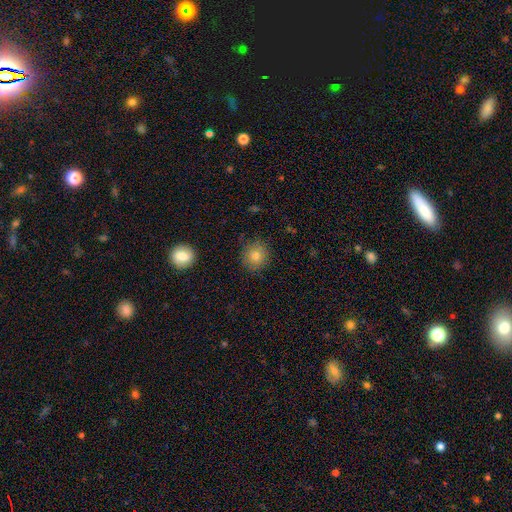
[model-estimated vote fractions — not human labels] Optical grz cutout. It shows a smooth galaxy with no disk features (80%) that is round (89%). Merging: none (89%).